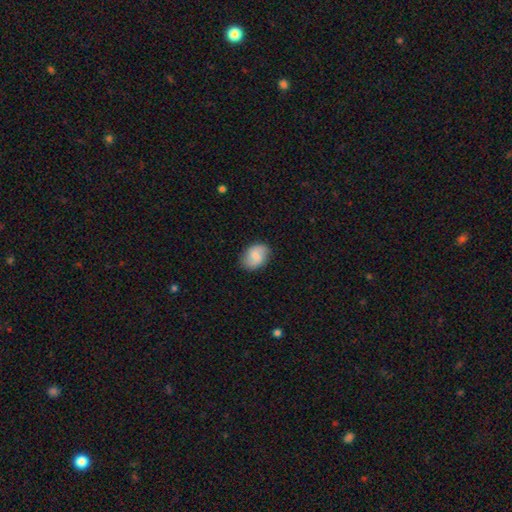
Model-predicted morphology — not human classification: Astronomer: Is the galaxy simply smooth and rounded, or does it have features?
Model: smooth — 62%.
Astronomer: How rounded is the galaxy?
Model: in between — 77%.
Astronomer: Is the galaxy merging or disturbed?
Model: none — 84%.